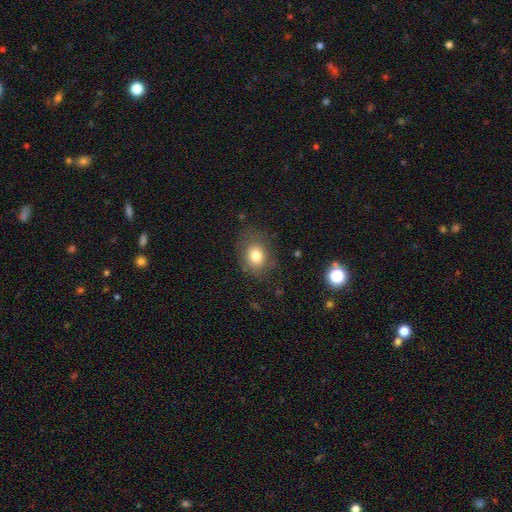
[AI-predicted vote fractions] Smooth or featured: smooth — 78% (featured or disk — 12%)
How rounded: in between — 56% (round — 43%)
Merging: none — 74% (minor disturbance — 17%)